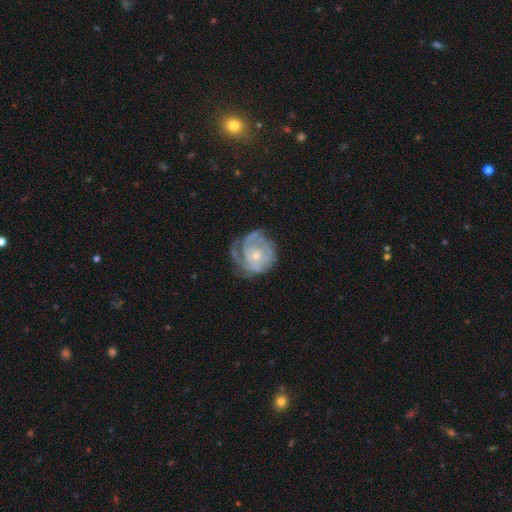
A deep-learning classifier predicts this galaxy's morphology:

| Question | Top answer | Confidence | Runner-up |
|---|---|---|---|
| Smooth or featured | featured or disk | 78% | smooth (17%) |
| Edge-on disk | no | 98% | yes (2%) |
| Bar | no | 75% | weak (21%) |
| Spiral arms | yes | 87% | no (13%) |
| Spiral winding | tight | 61% | medium (29%) |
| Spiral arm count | can't tell | 39% | 2 (20%) |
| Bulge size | small | 49% | moderate (45%) |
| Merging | none | 58% | minor disturbance (23%) |